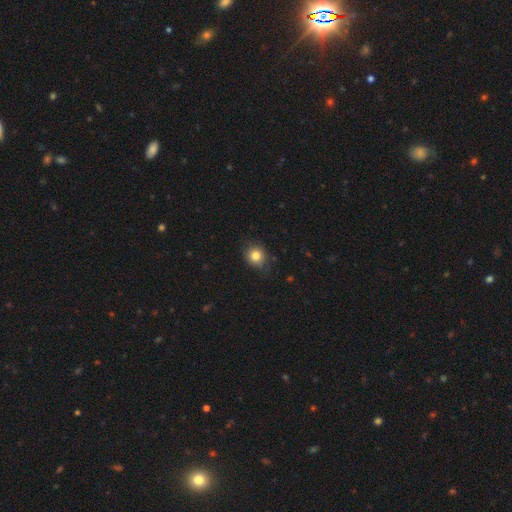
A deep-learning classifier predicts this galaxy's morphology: smooth-or-featured: smooth: 81% | star or artifact: 10% | featured or disk: 8%
  how-rounded: round: 71% | in between: 28% | cigar-shaped: 1%
  merging: none: 76% | minor disturbance: 19% | major disturbance: 4% | merger: 1%